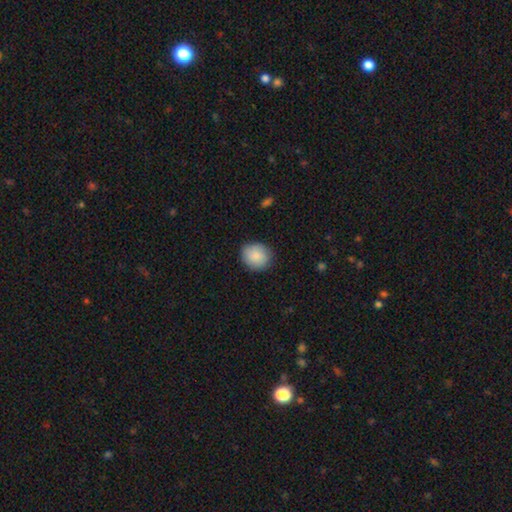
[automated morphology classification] Overall: smooth (88%). How rounded: round (76%). Merging: none (86%).